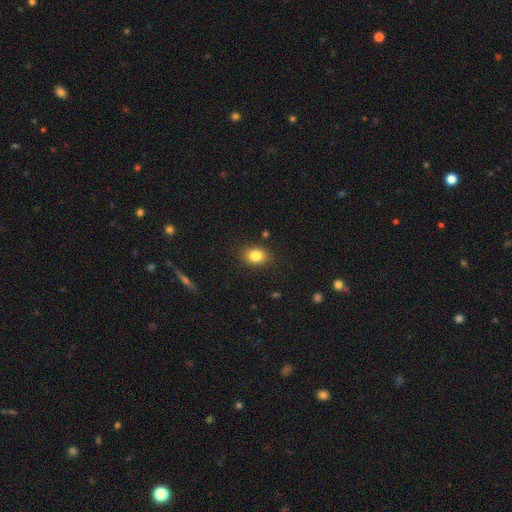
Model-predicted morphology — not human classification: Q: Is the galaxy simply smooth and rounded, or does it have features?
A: smooth — 83%.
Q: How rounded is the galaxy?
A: in between — 59%.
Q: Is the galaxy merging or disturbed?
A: none — 87%.